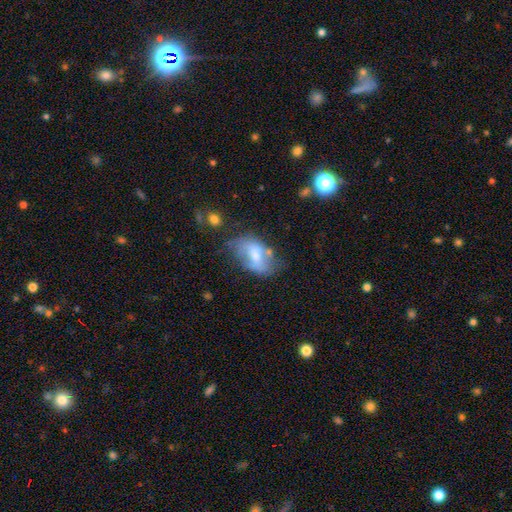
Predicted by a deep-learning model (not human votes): Smooth or featured: smooth — 49% (featured or disk — 43%)
Merging: none — 48% (minor disturbance — 30%)